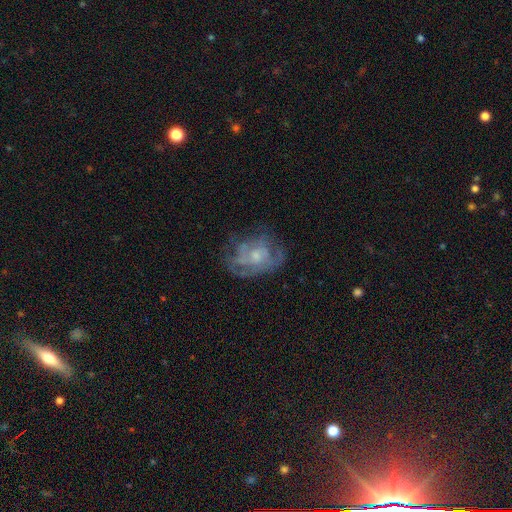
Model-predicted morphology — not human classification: Smooth or featured?
  - featured or disk: 69% *
  - smooth: 23%
  - star or artifact: 9%
Edge-on disk?
  - no: 97% *
  - yes: 3%
Bar?
  - no: 77% *
  - weak: 20%
  - strong: 3%
Spiral arms?
  - yes: 63% *
  - no: 37%
Bulge size?
  - small: 46% *
  - moderate: 42%
  - none: 8%
  - large: 4%
  - dominant: 1%
Merging?
  - none: 56% *
  - minor disturbance: 24%
  - major disturbance: 19%
  - merger: 2%